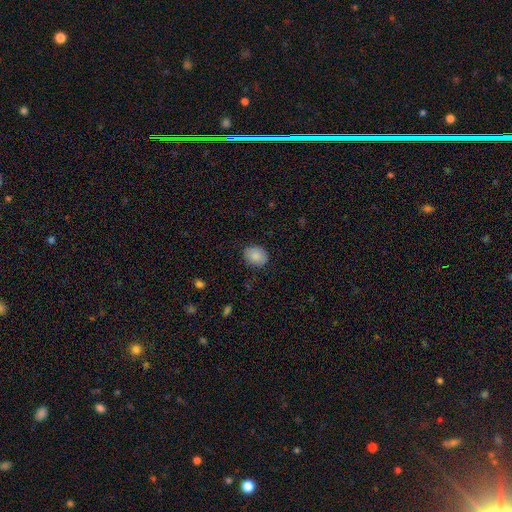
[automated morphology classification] smooth-or-featured: smooth: 87% | star or artifact: 8% | featured or disk: 5%
  how-rounded: round: 53% | in between: 46% | cigar-shaped: 1%
  merging: none: 85% | minor disturbance: 11% | major disturbance: 3% | merger: 1%